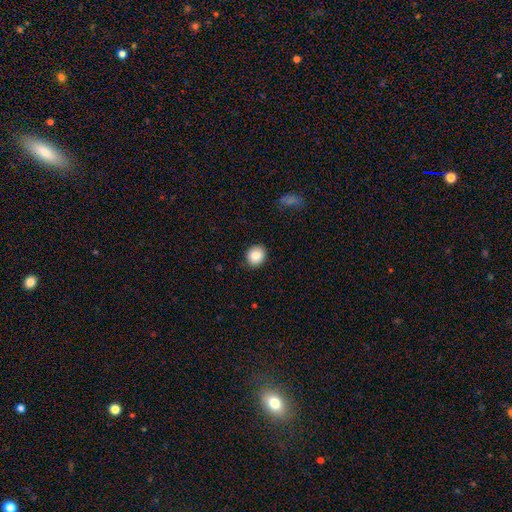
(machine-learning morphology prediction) type=smooth (86%); roundness=round (74%); merging=none (89%).